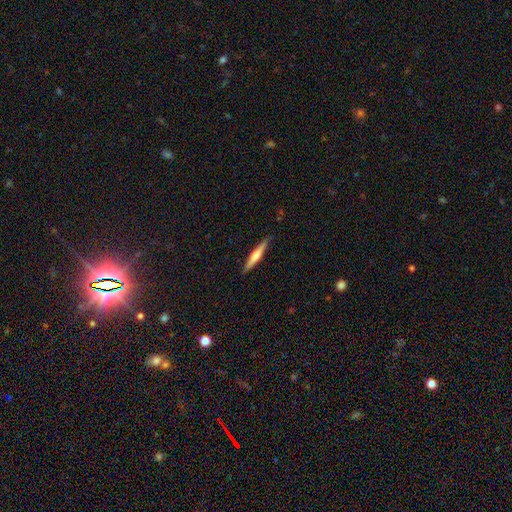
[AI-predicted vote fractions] This appears to be a smooth galaxy with no disk features (47%, tied with featured or disk). Merging: none (89%).